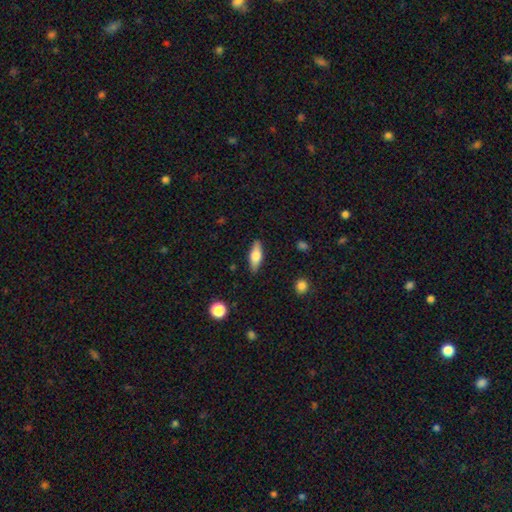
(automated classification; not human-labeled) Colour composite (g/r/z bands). It shows a smooth galaxy with no disk features (59%) that is in between round and cigar-shaped (62%). Merging: none (87%).